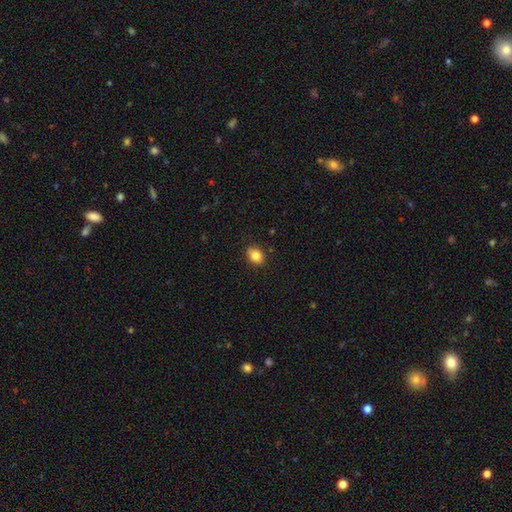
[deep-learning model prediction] The model was most divided on "how rounded": in between: 60%, round: 39%, cigar-shaped: 1%. More confident: merging — none (86%); smooth or featured — smooth (83%).